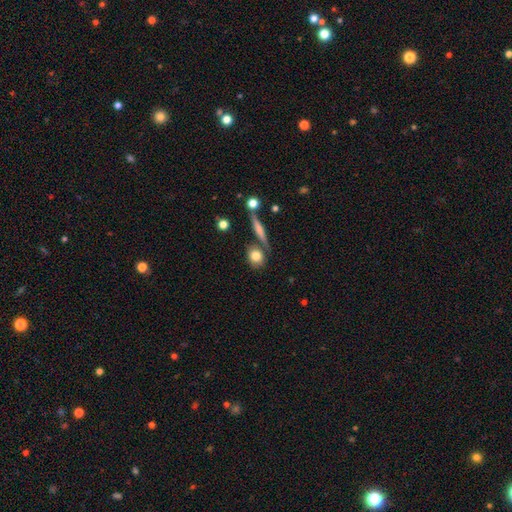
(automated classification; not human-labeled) Q: Smooth or featured?
A: smooth (78%); runner-up: featured or disk (13%)
Q: How rounded?
A: round (65%); runner-up: in between (29%)
Q: Merging?
A: none (69%); runner-up: merger (14%)